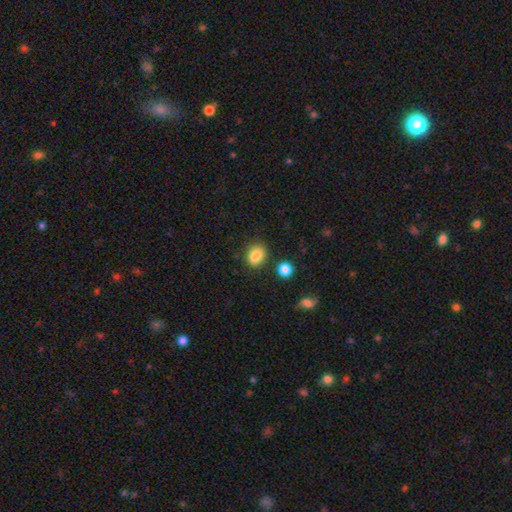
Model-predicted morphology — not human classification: Smooth or featured?
  - smooth: 86% *
  - star or artifact: 10%
  - featured or disk: 4%
How rounded?
  - in between: 55% *
  - round: 44%
  - cigar-shaped: 1%
Merging?
  - none: 78% *
  - minor disturbance: 13%
  - merger: 5%
  - major disturbance: 4%